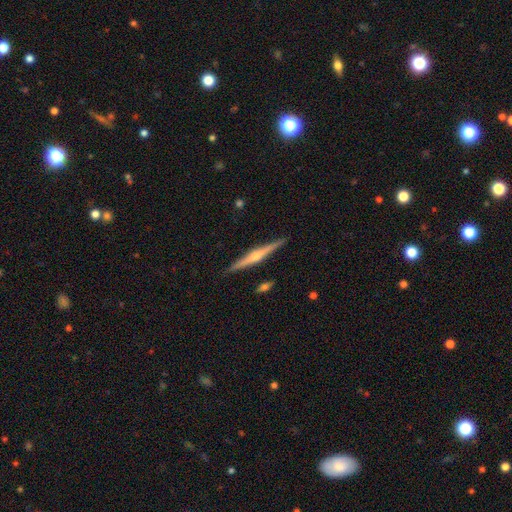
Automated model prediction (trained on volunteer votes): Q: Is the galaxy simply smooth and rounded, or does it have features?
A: featured or disk — 78%.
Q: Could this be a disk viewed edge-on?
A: yes — 98%.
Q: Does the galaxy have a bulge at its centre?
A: rounded — 88%.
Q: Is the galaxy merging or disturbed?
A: none — 91%.